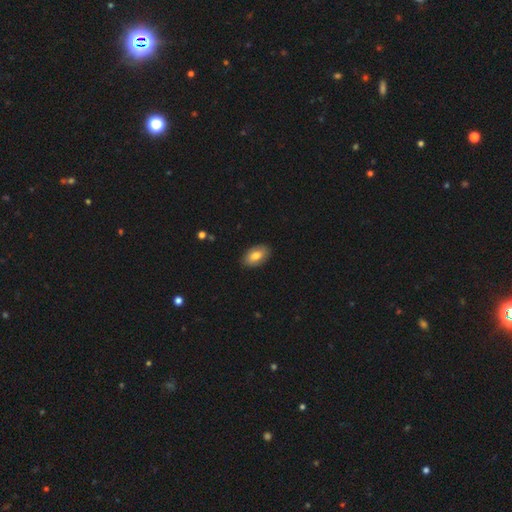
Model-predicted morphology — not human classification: The model was most divided on "smooth or featured": smooth: 78%, featured or disk: 16%, star or artifact: 7%. More confident: how rounded — in between (92%); merging — none (88%).